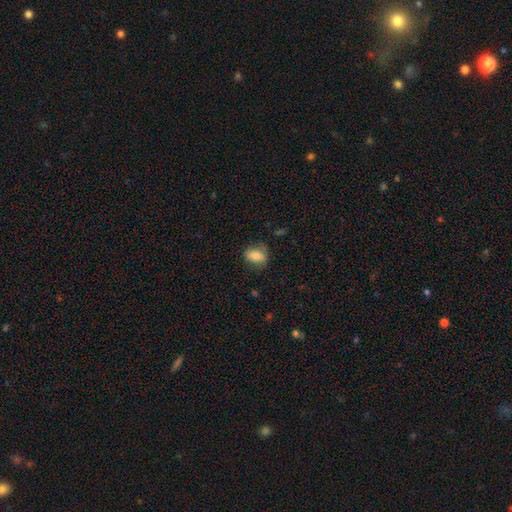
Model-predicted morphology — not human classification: A smooth galaxy with no disk features (78%) that is in between round and cigar-shaped (77%).

Vote fractions:
- Smooth or featured? smooth: 78% / featured or disk: 14% / star or artifact: 8%
- How rounded? in between: 77% / round: 19% / cigar-shaped: 4%
- Merging? none: 72% / minor disturbance: 21% / major disturbance: 6% / merger: 2%